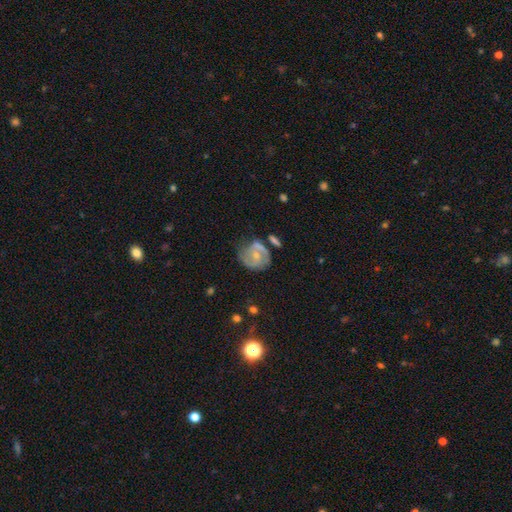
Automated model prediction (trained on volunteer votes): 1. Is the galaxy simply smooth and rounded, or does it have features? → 77% featured or disk, 17% smooth, 6% star or artifact.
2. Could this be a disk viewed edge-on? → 98% no, 2% yes.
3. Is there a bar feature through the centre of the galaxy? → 49% no, 41% weak, 9% strong.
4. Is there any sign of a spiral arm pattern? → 91% yes, 9% no.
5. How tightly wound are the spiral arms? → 47% medium, 37% tight, 16% loose.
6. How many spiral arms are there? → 77% 2, 11% can't tell, 5% 1, 5% 3, 1% 4, 1% more than 4.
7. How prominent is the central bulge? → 58% small, 33% moderate, 6% none, 2% large, 1% dominant.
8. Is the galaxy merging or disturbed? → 57% none, 24% minor disturbance, 11% major disturbance, 8% merger.